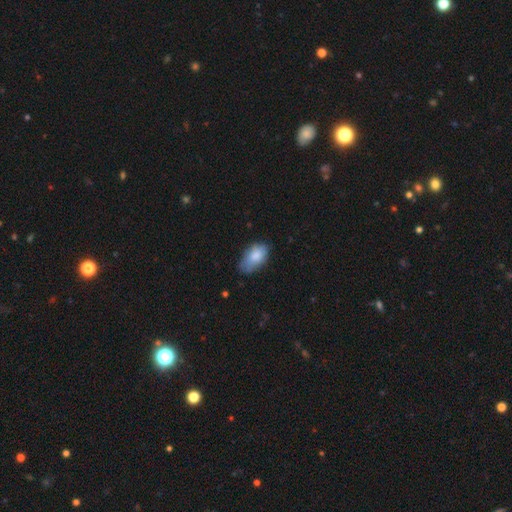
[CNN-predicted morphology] A smooth galaxy with no disk features (80%) that is in between round and cigar-shaped (93%).

Vote fractions:
- Smooth or featured? smooth: 80% / featured or disk: 13% / star or artifact: 7%
- How rounded? in between: 93% / round: 5% / cigar-shaped: 2%
- Merging? none: 58% / minor disturbance: 33% / major disturbance: 7% / merger: 2%